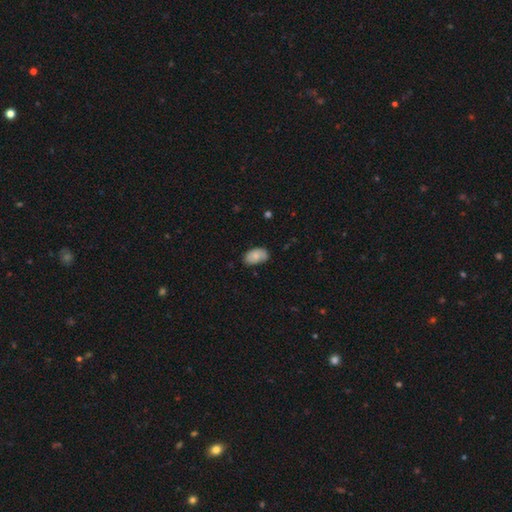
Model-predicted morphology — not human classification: A smooth galaxy with no disk features (75%) that is in between round and cigar-shaped (92%). Merging: none (67%).